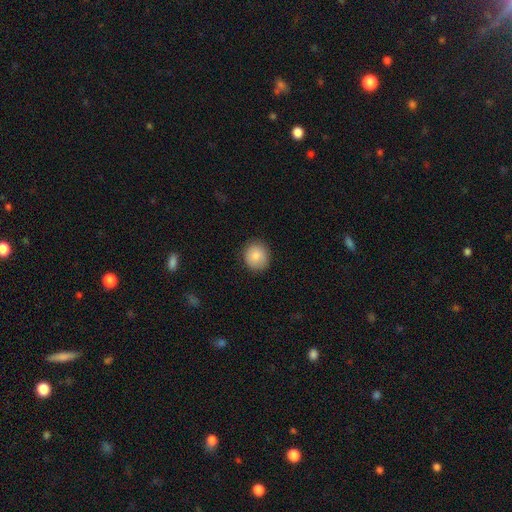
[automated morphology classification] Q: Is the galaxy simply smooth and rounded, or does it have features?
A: smooth — 84%.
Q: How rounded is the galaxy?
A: round — 83%.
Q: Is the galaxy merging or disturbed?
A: none — 85%.